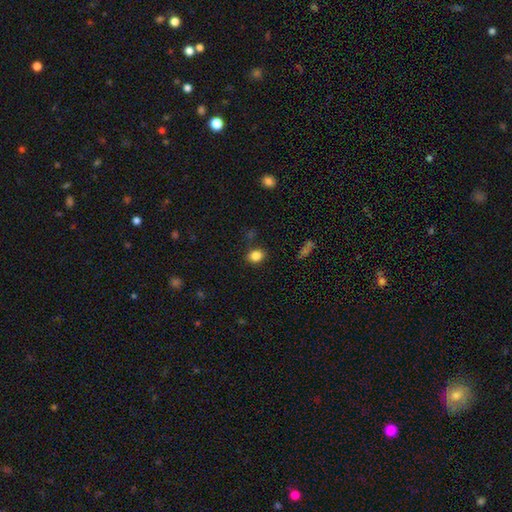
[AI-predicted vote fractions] smooth_or_featured: smooth (p=0.83) [alt: star or artifact p=0.11]
how_rounded: round (p=0.52) [alt: in between p=0.46]
merging: none (p=0.83) [alt: minor disturbance p=0.11]